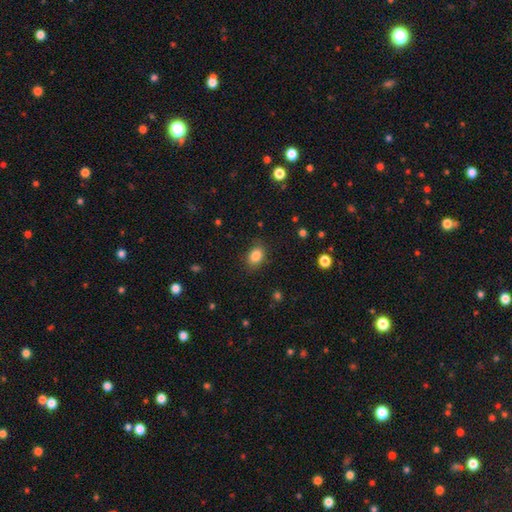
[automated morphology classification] A smooth galaxy with no disk features (85%) that is in between round and cigar-shaped (73%).

Vote fractions:
- Smooth or featured? smooth: 85% / star or artifact: 10% / featured or disk: 6%
- How rounded? in between: 73% / round: 26% / cigar-shaped: 1%
- Merging? none: 83% / minor disturbance: 12% / major disturbance: 3% / merger: 1%